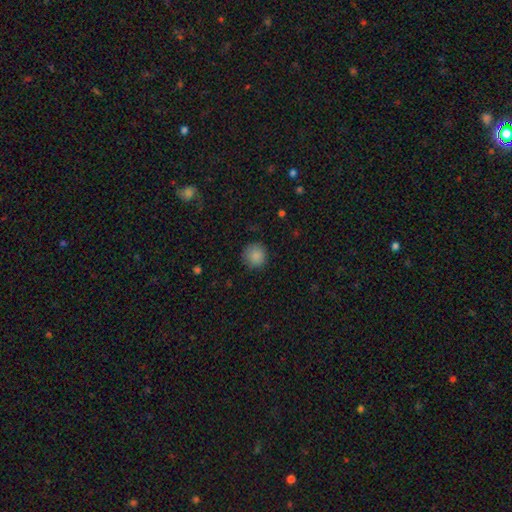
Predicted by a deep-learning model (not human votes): Smooth or featured? Predicted: smooth (p=0.87). How rounded? Predicted: round (p=0.93). Merging? Predicted: none (p=0.86).